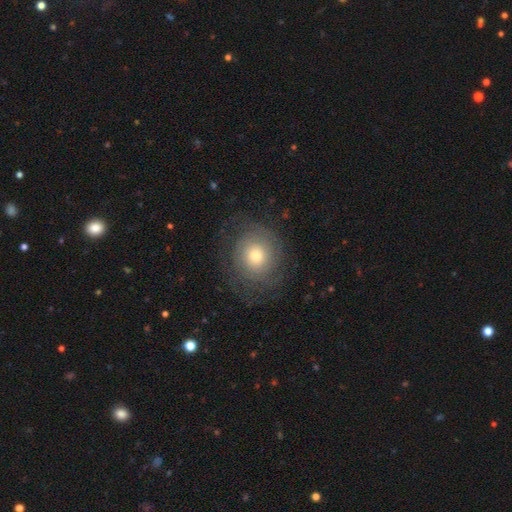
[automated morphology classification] This appears to be a featured or disk galaxy (53%) with no bar (83%), spiral arms (81%) and a moderate central bulge (48%). Merging: none (73%).